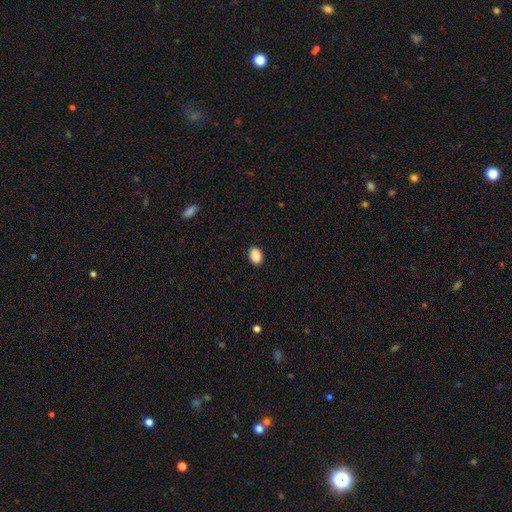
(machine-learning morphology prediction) smooth_or_featured: smooth (p=0.89) [alt: star or artifact p=0.08]
how_rounded: in between (p=0.74) [alt: round p=0.25]
merging: none (p=0.90) [alt: minor disturbance p=0.07]